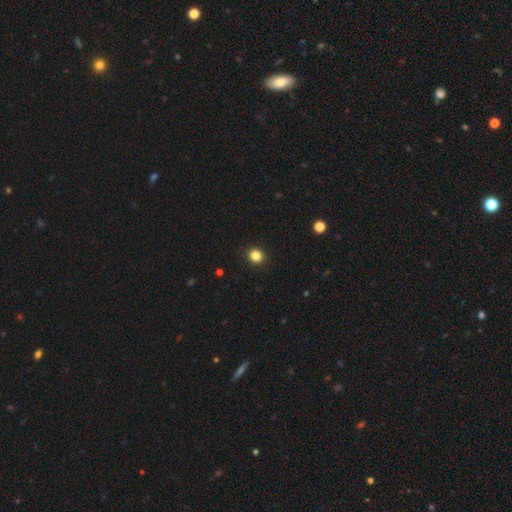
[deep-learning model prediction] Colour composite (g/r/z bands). It shows a smooth galaxy with no disk features (84%) that is round (88%). Merging: none (93%).